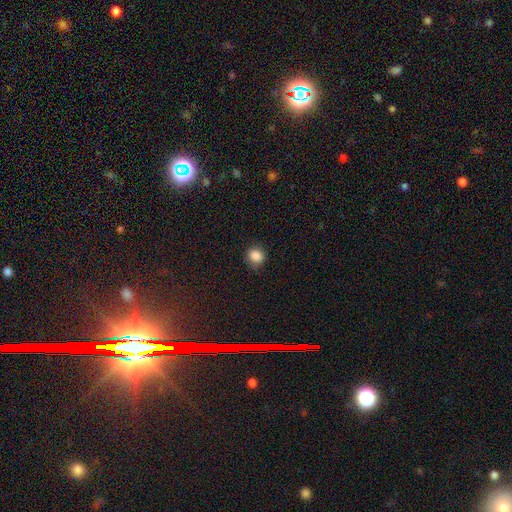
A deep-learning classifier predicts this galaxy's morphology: Q: Smooth or featured?
A: smooth (85%); runner-up: star or artifact (10%)
Q: How rounded?
A: round (74%); runner-up: in between (25%)
Q: Merging?
A: none (77%); runner-up: minor disturbance (18%)